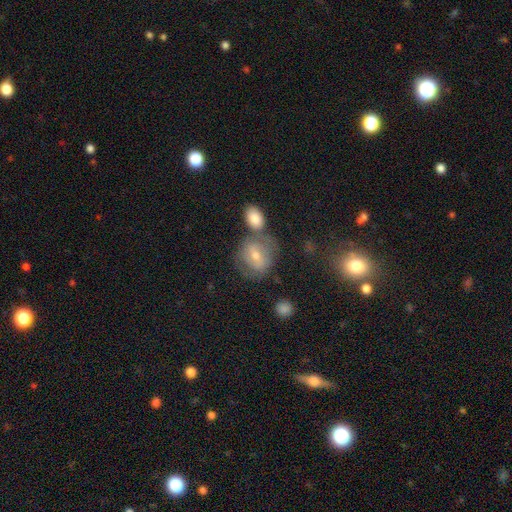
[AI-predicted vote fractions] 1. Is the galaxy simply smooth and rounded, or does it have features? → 52% smooth, 40% featured or disk, 8% star or artifact.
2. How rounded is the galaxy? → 63% round, 36% in between, 2% cigar-shaped.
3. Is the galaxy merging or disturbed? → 47% none, 27% merger, 17% minor disturbance, 9% major disturbance.